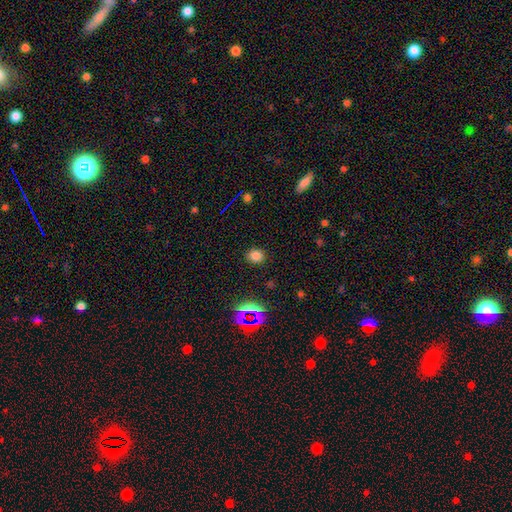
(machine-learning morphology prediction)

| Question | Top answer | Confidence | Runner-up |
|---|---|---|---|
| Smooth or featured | smooth | 76% | star or artifact (19%) |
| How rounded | round | 73% | in between (26%) |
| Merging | none | 89% | minor disturbance (7%) |